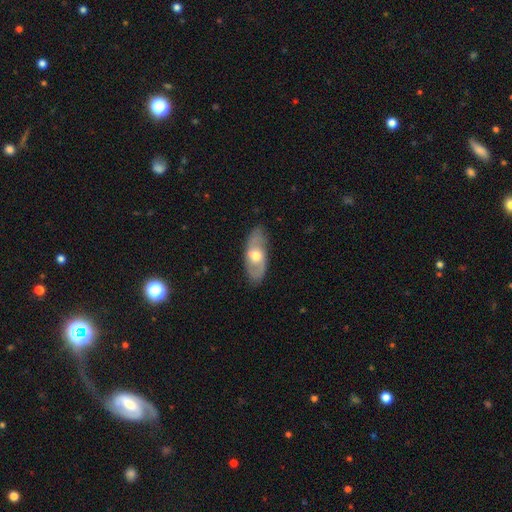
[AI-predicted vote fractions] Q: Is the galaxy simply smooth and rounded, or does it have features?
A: featured or disk — 51%.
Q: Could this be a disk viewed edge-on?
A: no — 82%.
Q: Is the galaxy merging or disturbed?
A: none — 79%.